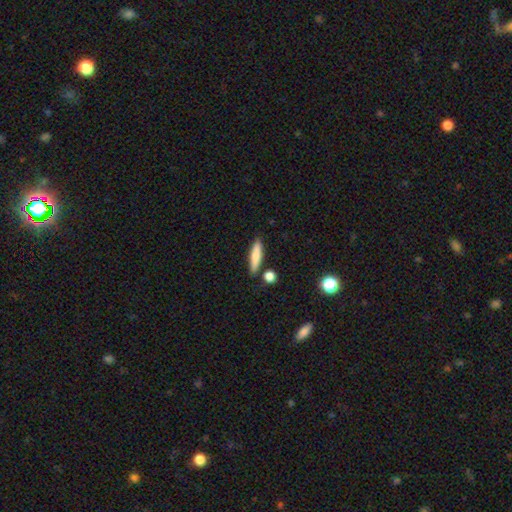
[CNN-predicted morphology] The model was most divided on "how rounded": cigar-shaped: 74%, in between: 24%, round: 3%. More confident: merging — none (80%); smooth or featured — smooth (76%).